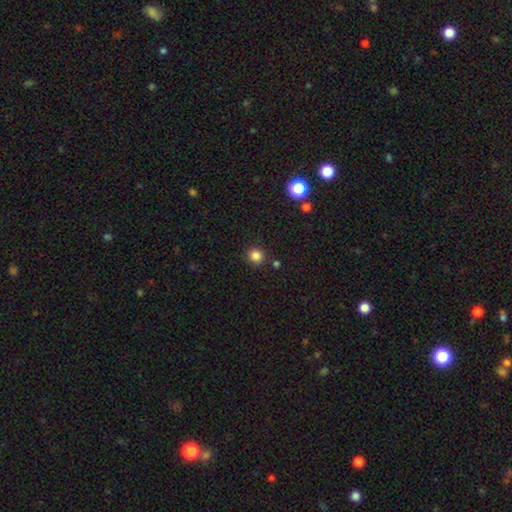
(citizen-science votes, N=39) Morphology: type=smooth (95%); roundness=round (89%); merging=none (86%).